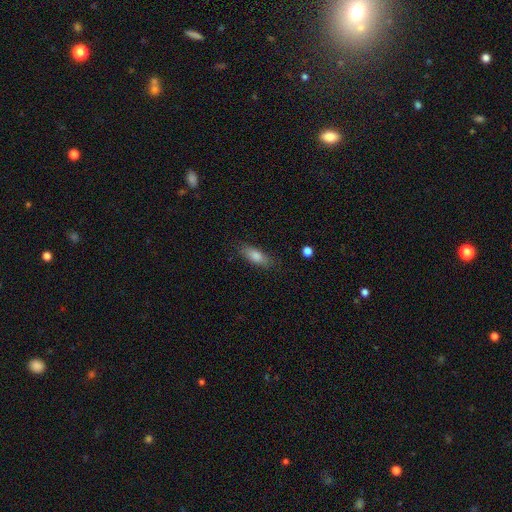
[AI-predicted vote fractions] Smooth or featured?
  - smooth: 78% *
  - featured or disk: 14%
  - star or artifact: 8%
How rounded?
  - in between: 62% *
  - cigar-shaped: 36%
  - round: 3%
Merging?
  - none: 82% *
  - minor disturbance: 13%
  - major disturbance: 3%
  - merger: 1%